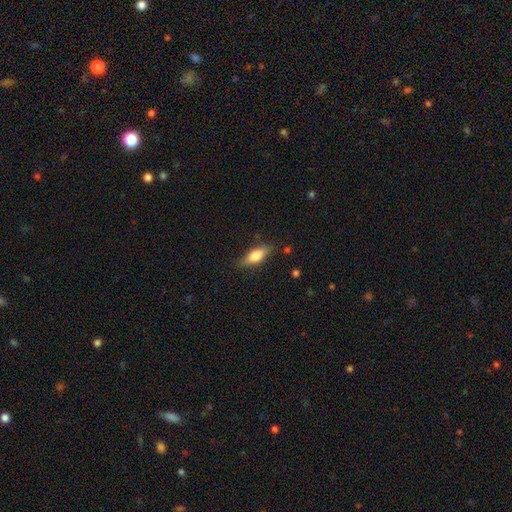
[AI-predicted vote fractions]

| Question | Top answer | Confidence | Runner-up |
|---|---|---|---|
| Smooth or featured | smooth | 69% | featured or disk (25%) |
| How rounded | in between | 69% | cigar-shaped (28%) |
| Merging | none | 79% | minor disturbance (16%) |